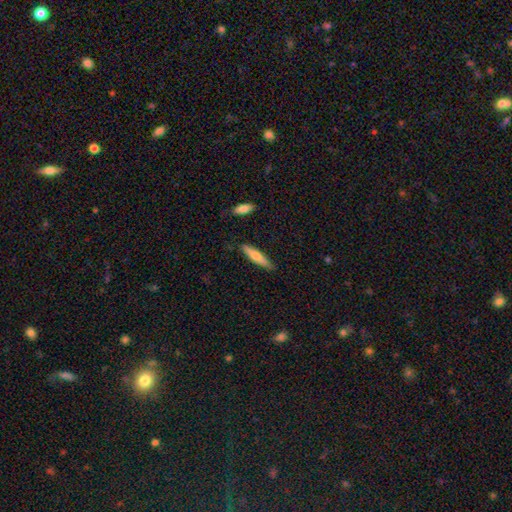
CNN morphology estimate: The model was most divided on "smooth or featured": smooth: 62%, featured or disk: 32%, star or artifact: 6%. More confident: merging — none (86%); how rounded — cigar-shaped (86%).